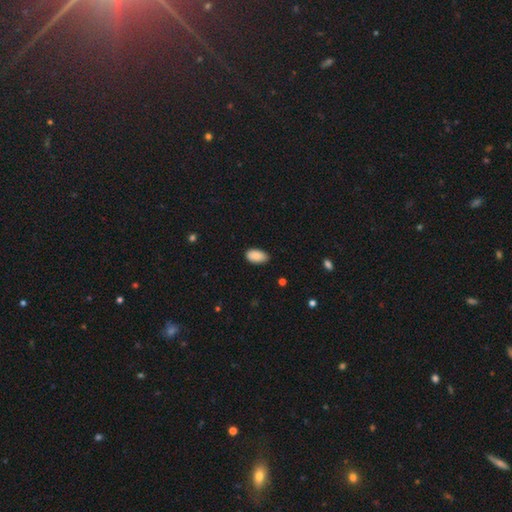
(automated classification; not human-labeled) Smooth or featured?
  - smooth: 89% *
  - star or artifact: 7%
  - featured or disk: 4%
How rounded?
  - in between: 95% *
  - round: 3%
  - cigar-shaped: 2%
Merging?
  - none: 79% *
  - minor disturbance: 17%
  - major disturbance: 2%
  - merger: 1%